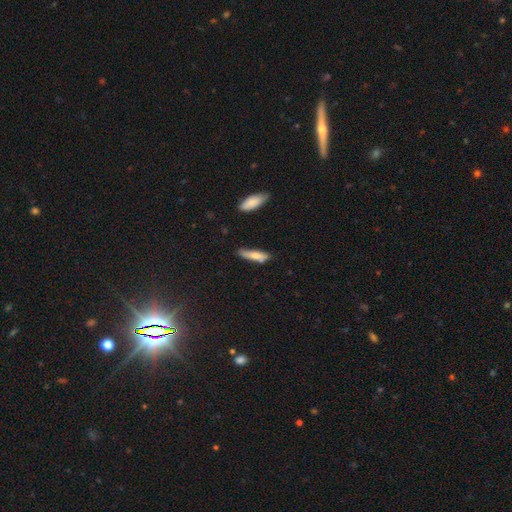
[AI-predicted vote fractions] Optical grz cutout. It shows a smooth galaxy with no disk features (72%) that is cigar-shaped (68%). Merging: none (67%).